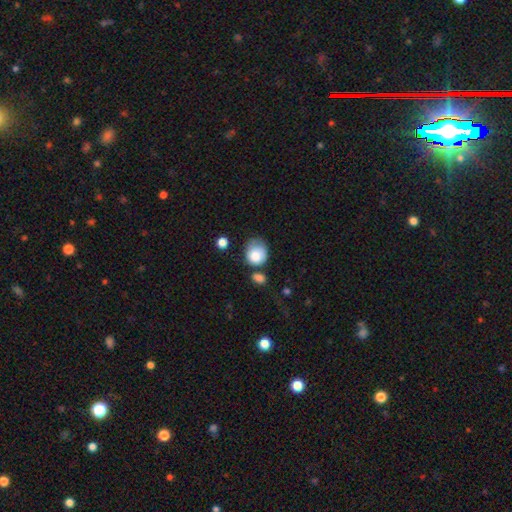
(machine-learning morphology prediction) smooth-or-featured: smooth: 80% | featured or disk: 12% | star or artifact: 8%
  how-rounded: round: 66% | in between: 33% | cigar-shaped: 1%
  merging: none: 38% | minor disturbance: 33% | major disturbance: 16% | merger: 13%